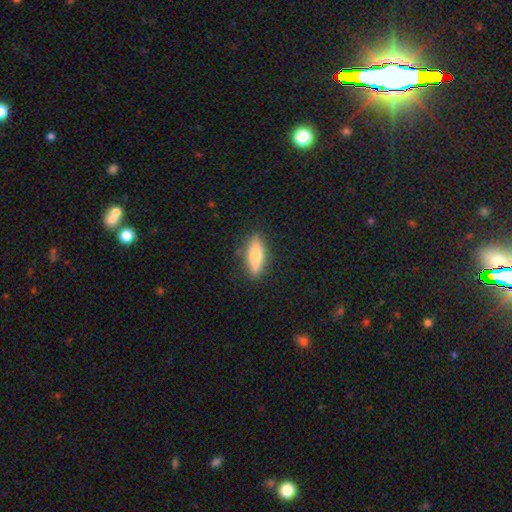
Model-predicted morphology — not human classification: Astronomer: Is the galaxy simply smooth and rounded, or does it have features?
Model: smooth — 63%.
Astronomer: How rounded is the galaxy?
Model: in between — 55% (runner-up: cigar-shaped, 42%).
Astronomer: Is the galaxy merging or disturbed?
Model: none — 84%.